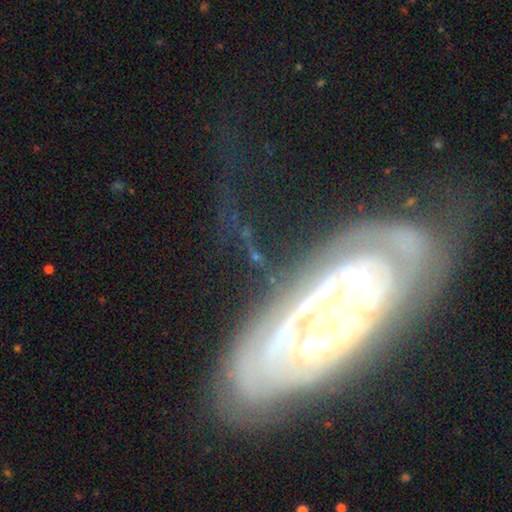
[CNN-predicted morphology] Q: Smooth or featured?
A: featured or disk (69%); runner-up: smooth (16%)
Q: Edge-on disk?
A: no (76%); runner-up: yes (24%)
Q: Bar?
A: no (64%); runner-up: weak (20%)
Q: Spiral arms?
A: yes (73%); runner-up: no (27%)
Q: Bulge size?
A: small (42%); tied with: moderate (42%)
Q: Merging?
A: none (56%); runner-up: minor disturbance (20%)